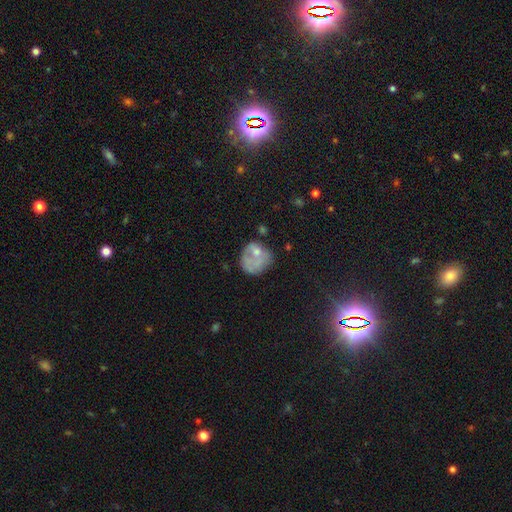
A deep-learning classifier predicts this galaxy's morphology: smooth-or-featured: smooth: 54% | featured or disk: 34% | star or artifact: 12%
  how-rounded: round: 73% | in between: 26% | cigar-shaped: 1%
  merging: none: 42% | minor disturbance: 26% | major disturbance: 23% | merger: 9%